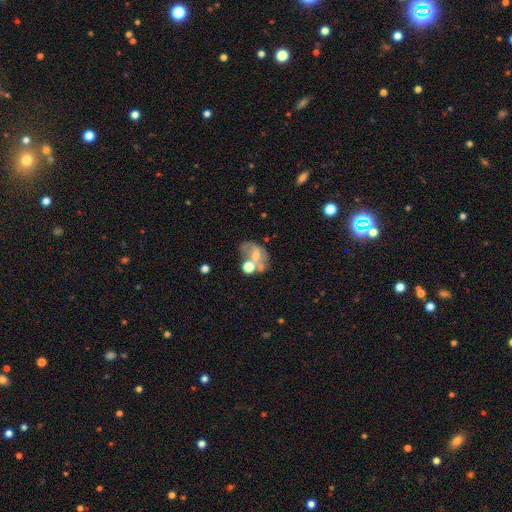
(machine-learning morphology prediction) Smooth or featured: featured or disk — 47% (smooth — 39%)
Merging: none — 32% (merger — 31%)